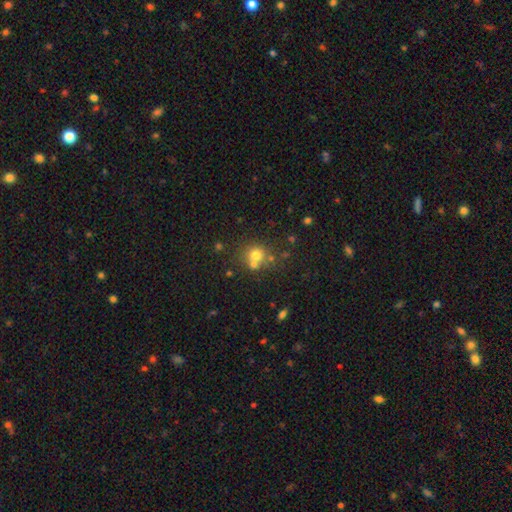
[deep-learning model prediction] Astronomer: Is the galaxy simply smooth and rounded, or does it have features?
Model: smooth — 69%.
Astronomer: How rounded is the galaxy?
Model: round — 86%.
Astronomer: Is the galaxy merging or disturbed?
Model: none — 56%.